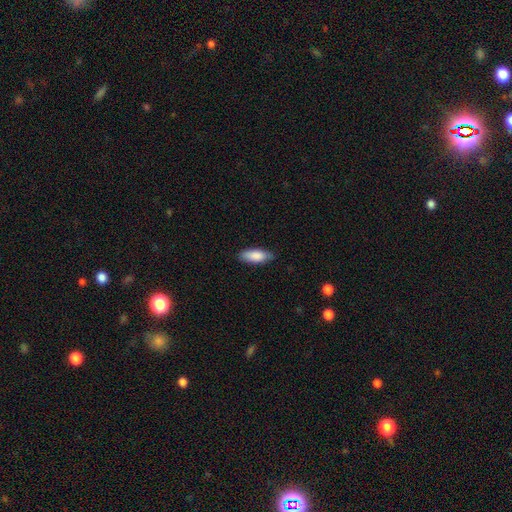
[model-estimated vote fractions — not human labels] A smooth galaxy with no disk features (86%) that is in between round and cigar-shaped (78%).

Vote fractions:
- Smooth or featured? smooth: 86% / featured or disk: 9% / star or artifact: 6%
- How rounded? in between: 78% / cigar-shaped: 21% / round: 2%
- Merging? none: 84% / minor disturbance: 13% / major disturbance: 2% / merger: 1%